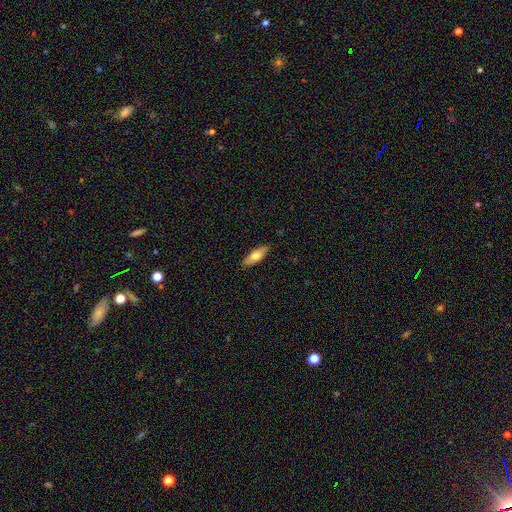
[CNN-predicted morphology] This is likely a smooth galaxy (68%). How rounded: possibly in between (58%). Merging: clearly none (88%).